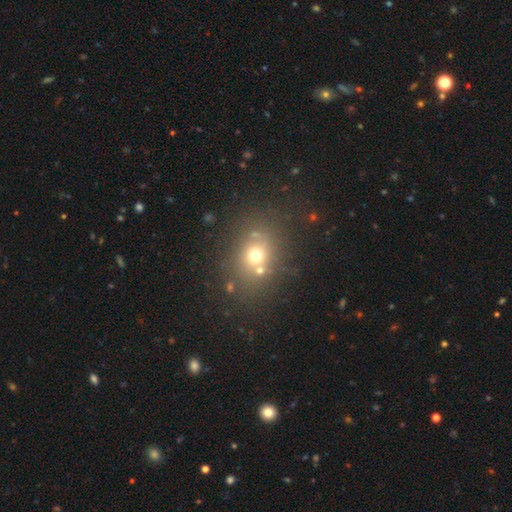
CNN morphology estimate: This is likely a smooth galaxy (61%). How rounded: likely round (65%). Merging: likely none (68%).